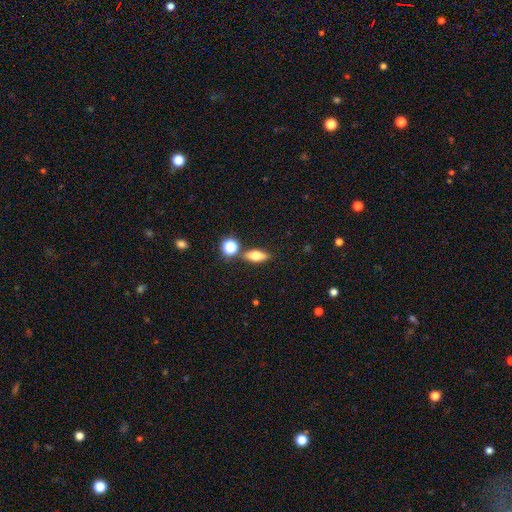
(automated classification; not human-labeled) smooth 61%, featured or disk 28%, star or artifact 11%. Down the decision tree: how rounded — in between (65%); merging — none (79%).